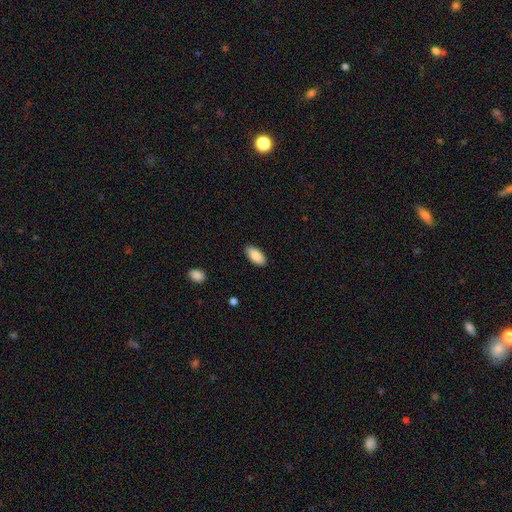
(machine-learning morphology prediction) This appears to be a smooth galaxy with no disk features (87%) that is in between round and cigar-shaped (93%). Merging: none (88%).